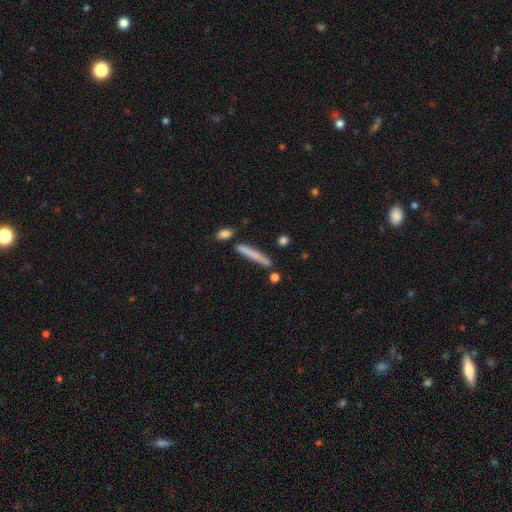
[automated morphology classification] type=smooth (67%); roundness=cigar-shaped (94%); merging=none (75%).